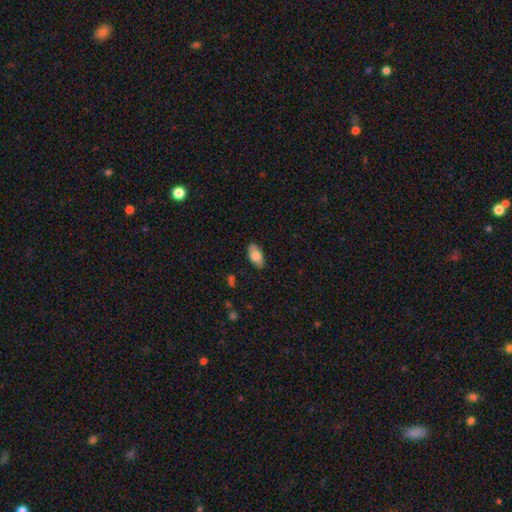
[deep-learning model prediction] Smooth or featured?
  - smooth: 72% *
  - featured or disk: 21%
  - star or artifact: 7%
How rounded?
  - in between: 92% *
  - cigar-shaped: 4%
  - round: 3%
Merging?
  - none: 81% *
  - minor disturbance: 14%
  - major disturbance: 3%
  - merger: 1%